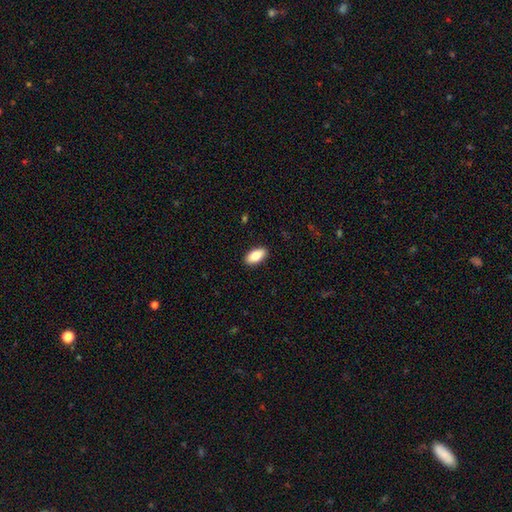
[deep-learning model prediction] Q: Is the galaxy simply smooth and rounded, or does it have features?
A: smooth — 83%.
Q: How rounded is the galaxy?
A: in between — 91%.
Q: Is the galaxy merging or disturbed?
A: none — 90%.